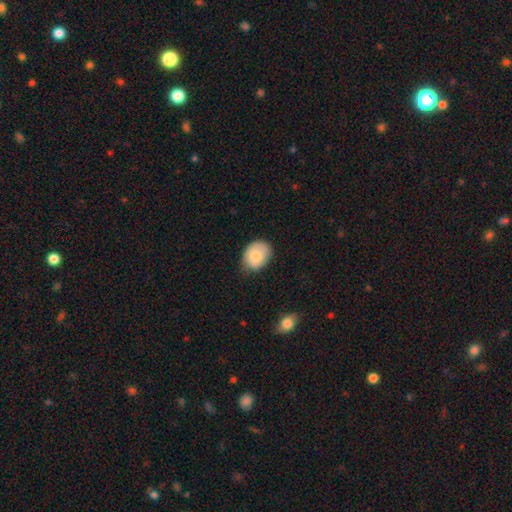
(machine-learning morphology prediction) type=smooth (79%); roundness=in between (63%); merging=none (67%).